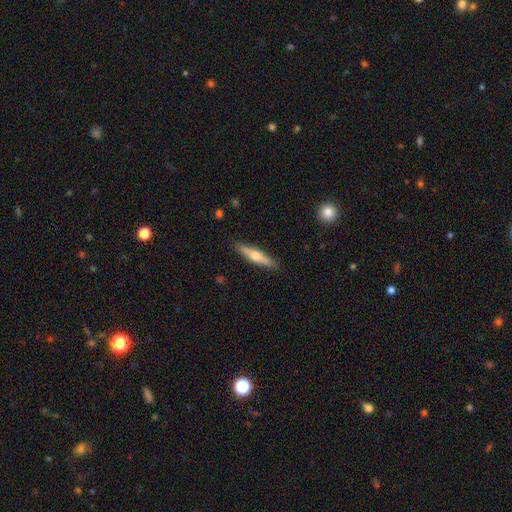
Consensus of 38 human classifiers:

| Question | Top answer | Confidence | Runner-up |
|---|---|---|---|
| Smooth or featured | featured or disk | 55% | smooth (42%) |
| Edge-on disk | yes | 90% | no (10%) |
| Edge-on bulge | rounded | 89% | none (11%) |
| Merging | none | 89% | minor disturbance (8%) |